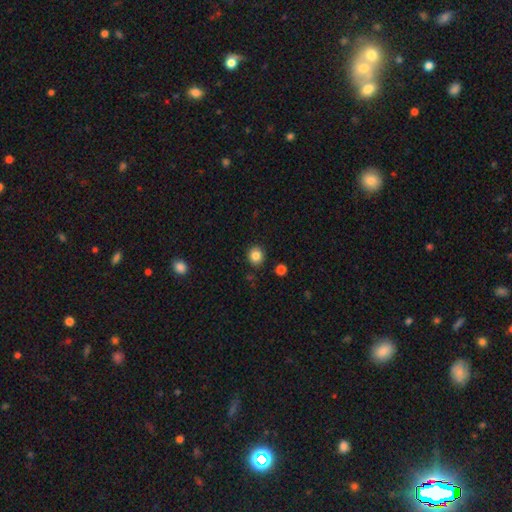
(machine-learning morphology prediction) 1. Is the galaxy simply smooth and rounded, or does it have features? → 85% smooth, 10% star or artifact, 5% featured or disk.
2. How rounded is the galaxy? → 86% round, 14% in between, 1% cigar-shaped.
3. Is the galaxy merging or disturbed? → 89% none, 7% minor disturbance, 2% merger, 2% major disturbance.